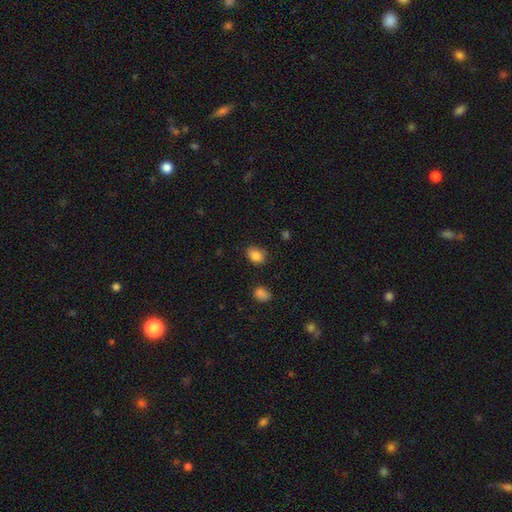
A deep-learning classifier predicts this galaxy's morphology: Smooth or featured? Predicted: smooth (p=0.85). How rounded? Predicted: in between (p=0.69). Merging? Predicted: none (p=0.74).